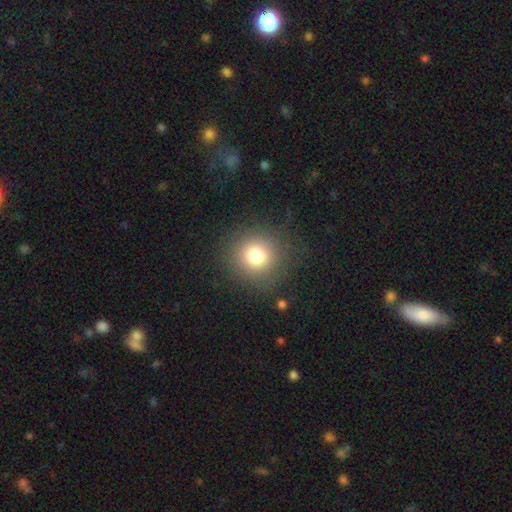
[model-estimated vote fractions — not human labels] smooth 77%, star or artifact 14%, featured or disk 9%. Down the decision tree: how rounded — round (93%); merging — none (86%).